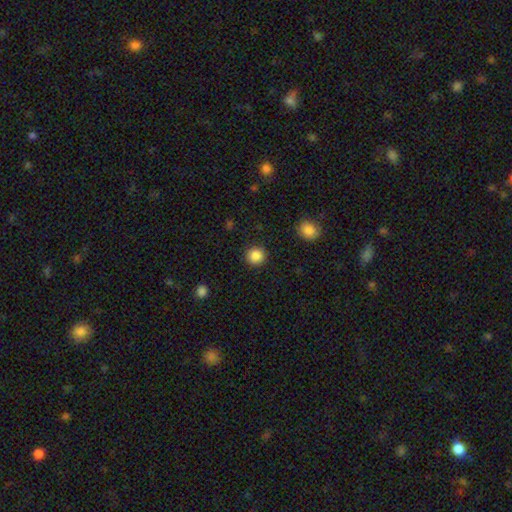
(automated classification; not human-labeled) This appears to be a smooth galaxy with no disk features (87%) that is round (94%). Merging: none (91%).